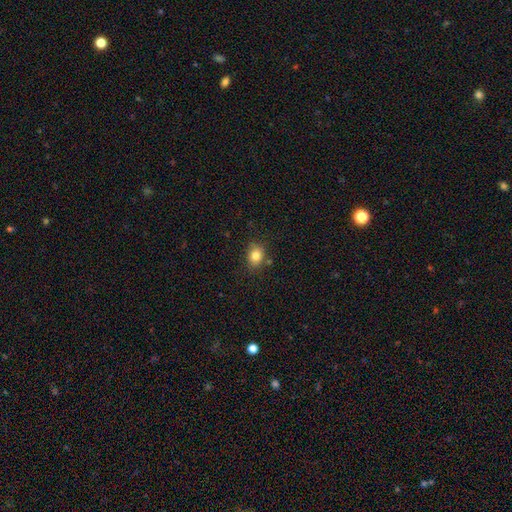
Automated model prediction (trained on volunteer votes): Overall: smooth (82%). How rounded: in between (52%; round 47%). Merging: none (78%).